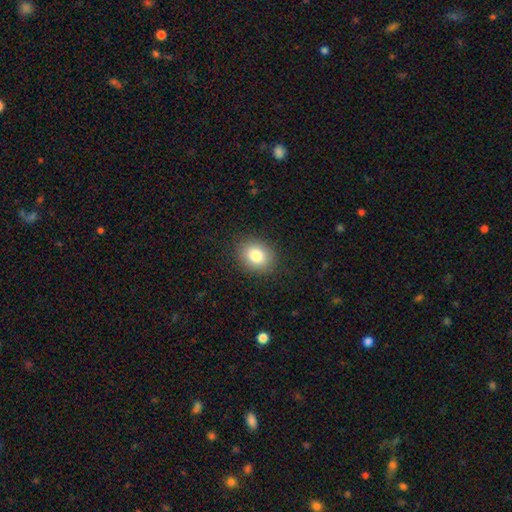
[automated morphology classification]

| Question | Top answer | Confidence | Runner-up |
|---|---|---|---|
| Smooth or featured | smooth | 82% | star or artifact (10%) |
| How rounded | round | 53% | in between (47%) |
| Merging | none | 88% | minor disturbance (8%) |